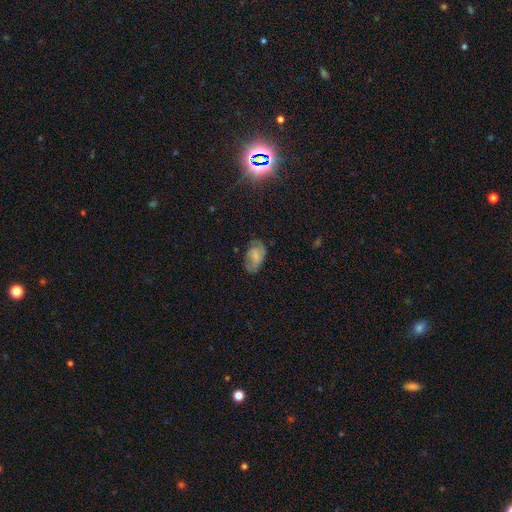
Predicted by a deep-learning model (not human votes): Overall: smooth (54%; featured or disk 36%). How rounded: in between (92%). Merging: none (60%; minor disturbance 26%).